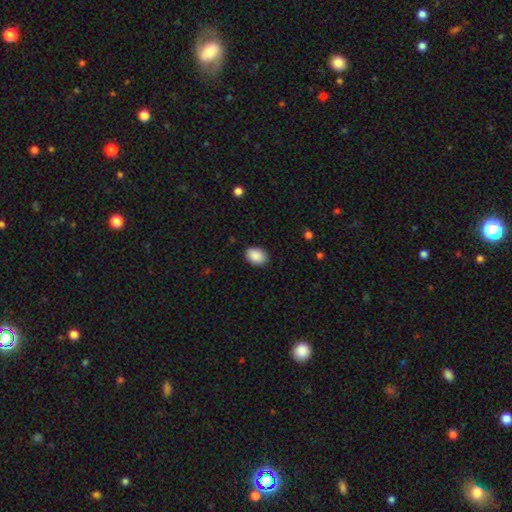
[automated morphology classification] Smooth or featured?
  - smooth: 91% *
  - star or artifact: 7%
  - featured or disk: 3%
How rounded?
  - in between: 85% *
  - round: 14%
  - cigar-shaped: 1%
Merging?
  - none: 89% *
  - minor disturbance: 8%
  - major disturbance: 2%
  - merger: 1%